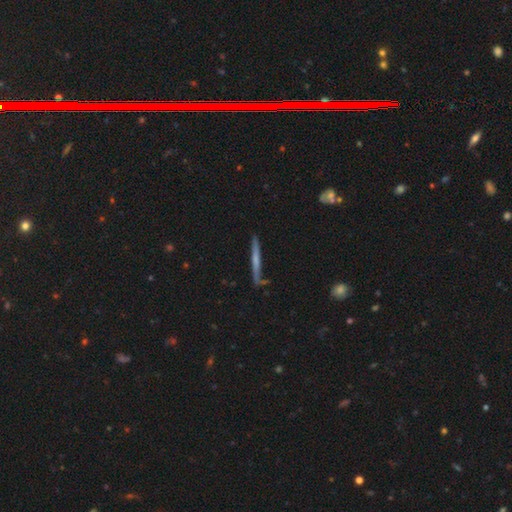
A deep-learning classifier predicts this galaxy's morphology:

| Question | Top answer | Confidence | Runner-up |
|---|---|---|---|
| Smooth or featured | featured or disk | 61% | smooth (31%) |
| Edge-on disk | yes | 95% | no (5%) |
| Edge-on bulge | none | 53% | rounded (36%) |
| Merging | none | 79% | minor disturbance (15%) |